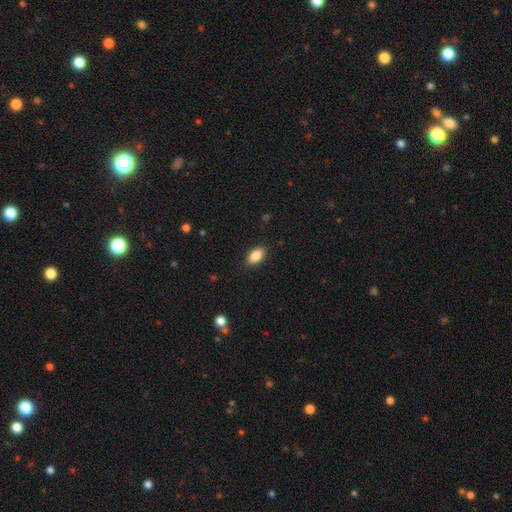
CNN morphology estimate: smooth-or-featured: smooth: 86% | star or artifact: 8% | featured or disk: 7%
  how-rounded: in between: 91% | round: 6% | cigar-shaped: 3%
  merging: none: 88% | minor disturbance: 9% | major disturbance: 2% | merger: 1%